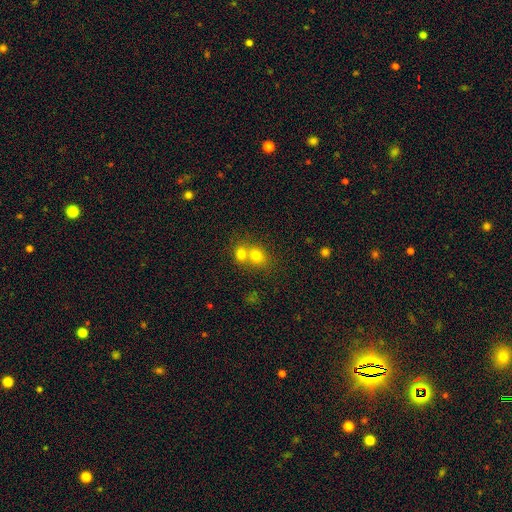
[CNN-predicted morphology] smooth 76%, star or artifact 13%, featured or disk 10%. Down the decision tree: how rounded — round (70%); merging — merger (57%).